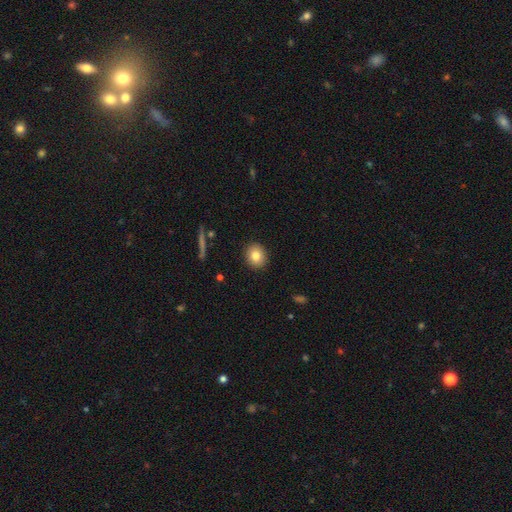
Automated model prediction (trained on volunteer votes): smooth 81%, featured or disk 10%, star or artifact 9%. Down the decision tree: how rounded — round (76%); merging — none (91%).